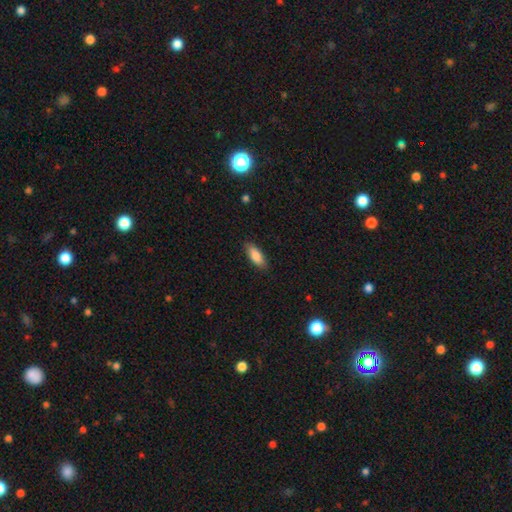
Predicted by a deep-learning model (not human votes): The model was most divided on "how rounded": in between: 79%, cigar-shaped: 19%, round: 2%. More confident: smooth or featured — smooth (86%); merging — none (86%).